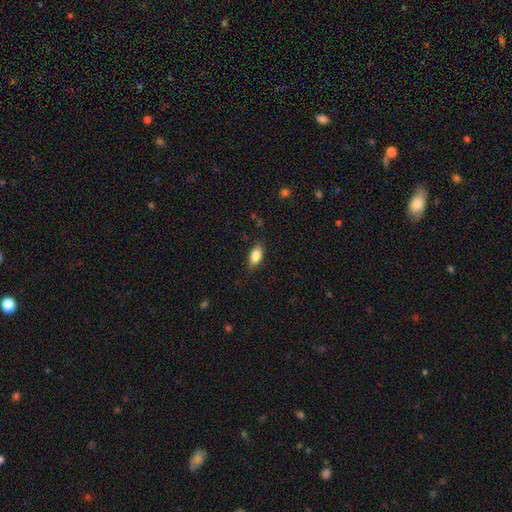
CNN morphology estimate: smooth 84%, featured or disk 9%, star or artifact 7%. Down the decision tree: how rounded — in between (88%); merging — none (83%).